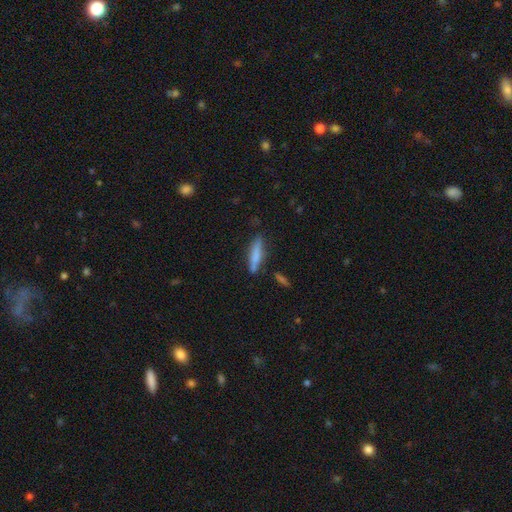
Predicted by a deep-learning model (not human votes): Smooth or featured? smooth (74%)
How rounded? cigar-shaped (80%)
Merging? none (72%)